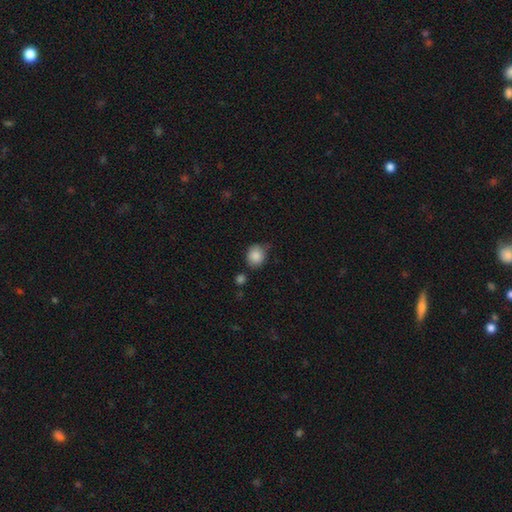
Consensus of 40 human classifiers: smooth-or-featured: smooth: 98% | star or artifact: 2% | featured or disk: 0%
  how-rounded: round: 59% | in between: 41% | cigar-shaped: 0%
  merging: none: 56% | minor disturbance: 31% | major disturbance: 8% | merger: 5%